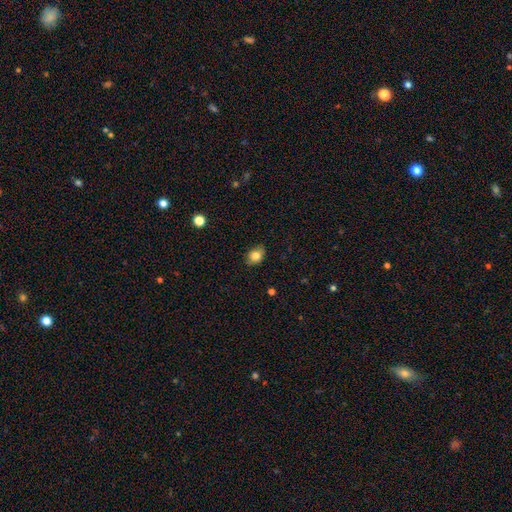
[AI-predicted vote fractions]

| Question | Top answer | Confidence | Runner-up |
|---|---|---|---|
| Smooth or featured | smooth | 83% | star or artifact (9%) |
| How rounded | in between | 65% | round (33%) |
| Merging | none | 79% | minor disturbance (17%) |